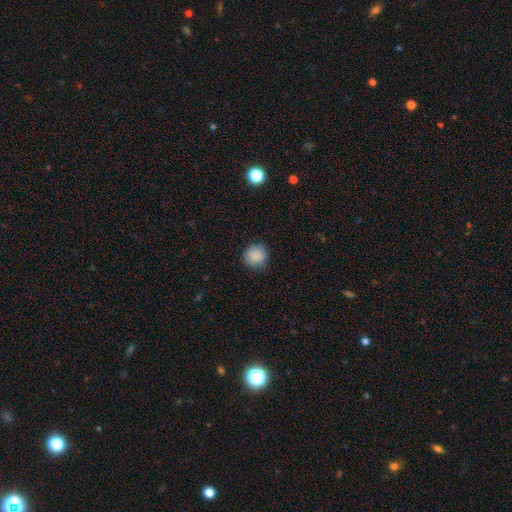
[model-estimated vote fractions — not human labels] smooth_or_featured: smooth (p=0.87) [alt: star or artifact p=0.08]
how_rounded: round (p=0.93) [alt: in between p=0.06]
merging: none (p=0.84) [alt: minor disturbance p=0.12]